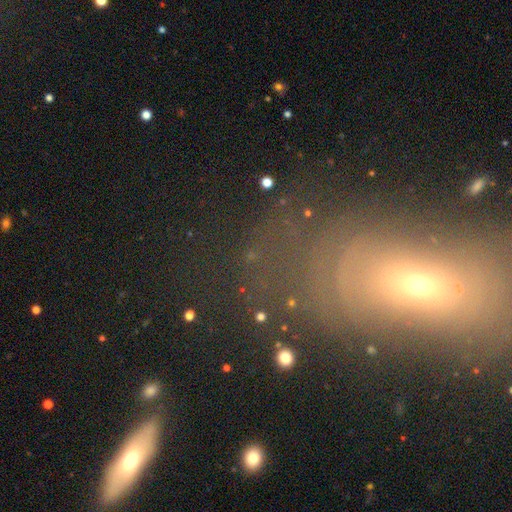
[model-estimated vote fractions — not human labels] Morphology: type=star or artifact (38%).